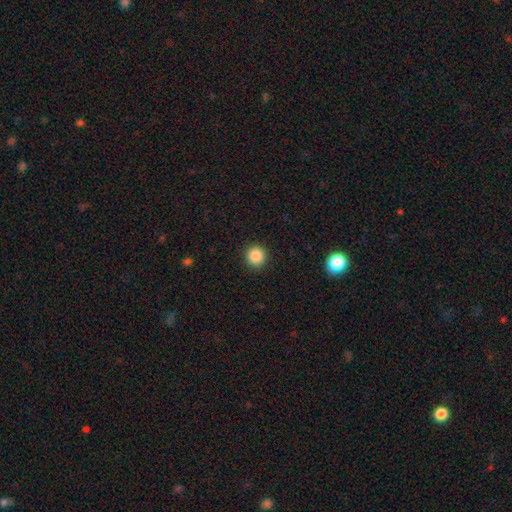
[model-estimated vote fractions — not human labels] Smooth or featured? smooth (87%)
How rounded? round (94%)
Merging? none (92%)